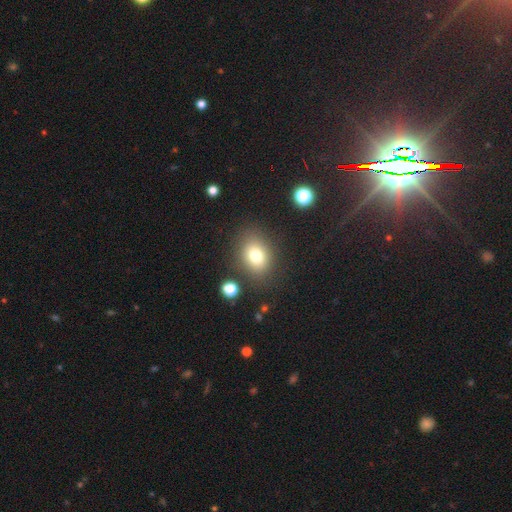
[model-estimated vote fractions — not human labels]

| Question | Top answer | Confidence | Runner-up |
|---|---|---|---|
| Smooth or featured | smooth | 77% | star or artifact (12%) |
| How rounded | in between | 55% | round (44%) |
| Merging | none | 81% | minor disturbance (11%) |